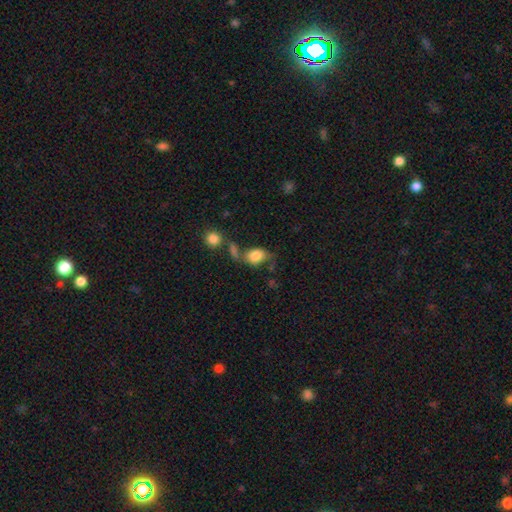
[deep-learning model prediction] Smooth or featured: smooth — 79% (featured or disk — 12%)
How rounded: in between — 75% (round — 23%)
Merging: none — 45% (minor disturbance — 22%)